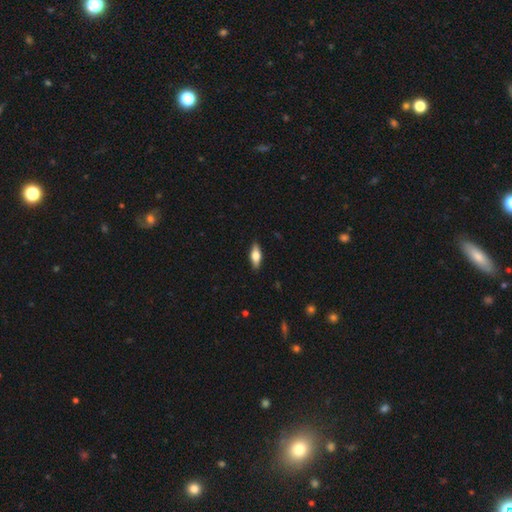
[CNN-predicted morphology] This appears to be a smooth galaxy with no disk features (62%) that is in between round and cigar-shaped (68%). Merging: none (89%).